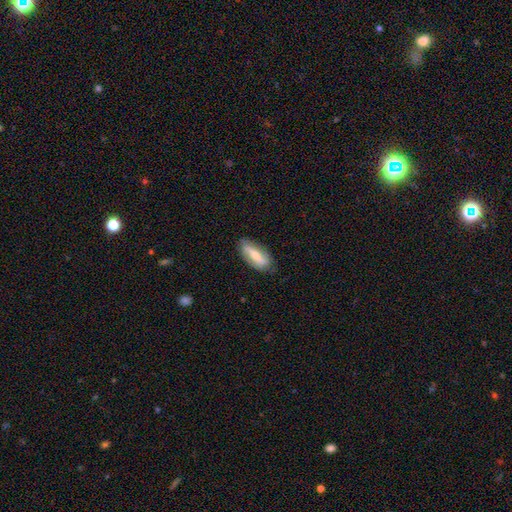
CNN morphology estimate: Smooth or featured? Predicted: featured or disk (p=0.47, tied with smooth). Merging? Predicted: none (p=0.78).